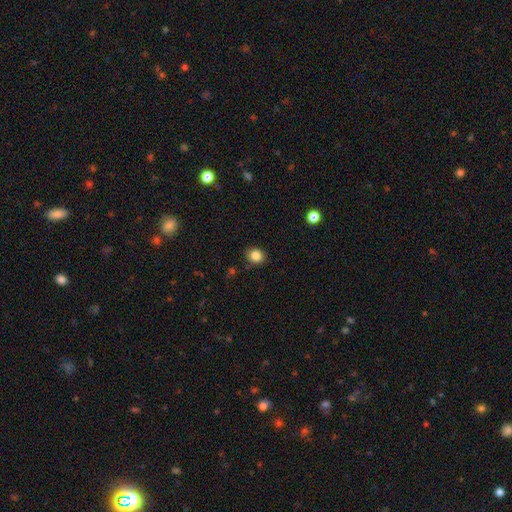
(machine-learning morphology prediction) Smooth or featured: smooth — 84% (star or artifact — 11%)
How rounded: round — 73% (in between — 26%)
Merging: none — 88% (minor disturbance — 8%)